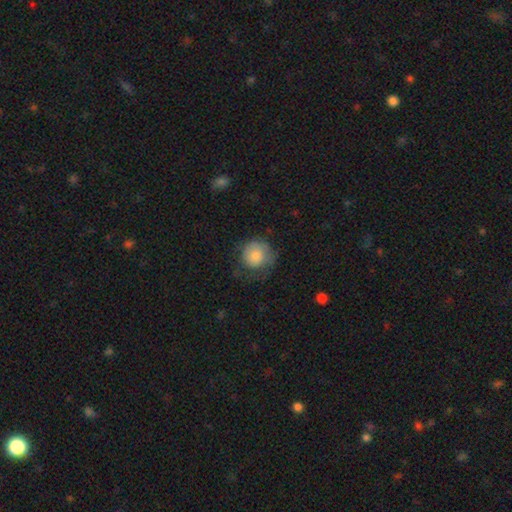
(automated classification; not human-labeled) Q: Smooth or featured?
A: smooth (75%); runner-up: featured or disk (18%)
Q: How rounded?
A: round (88%); runner-up: in between (11%)
Q: Merging?
A: none (53%); runner-up: minor disturbance (26%)